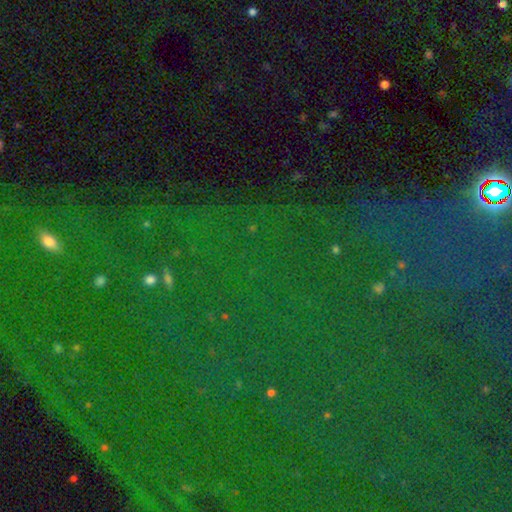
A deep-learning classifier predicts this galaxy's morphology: Smooth or featured? star or artifact (80%)